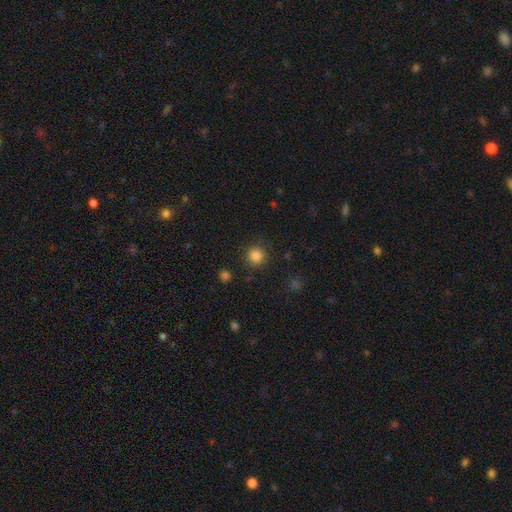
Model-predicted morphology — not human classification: Smooth or featured: smooth — 84% (star or artifact — 12%)
How rounded: round — 94% (in between — 5%)
Merging: none — 89% (minor disturbance — 7%)